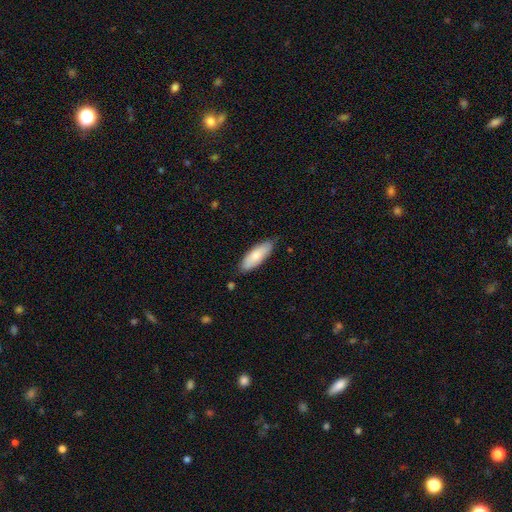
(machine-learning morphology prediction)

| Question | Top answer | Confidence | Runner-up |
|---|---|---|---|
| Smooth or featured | smooth | 79% | featured or disk (15%) |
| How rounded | in between | 66% | cigar-shaped (32%) |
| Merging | none | 80% | minor disturbance (17%) |